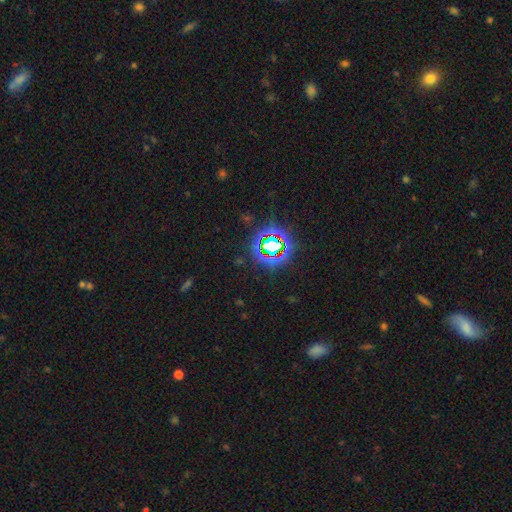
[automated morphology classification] type=star or artifact (77%).